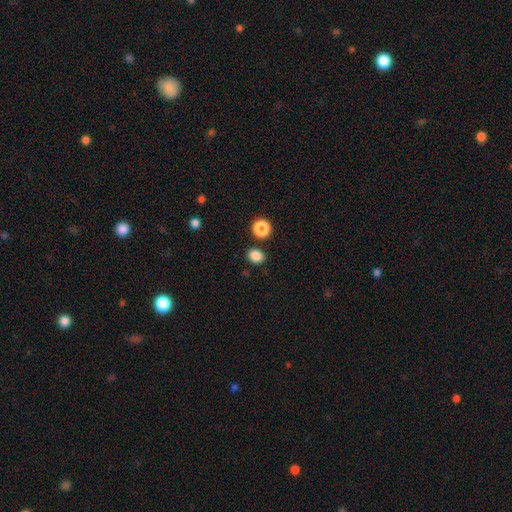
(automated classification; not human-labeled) Smooth or featured? smooth (85%)
How rounded? round (61%)
Merging? none (84%)